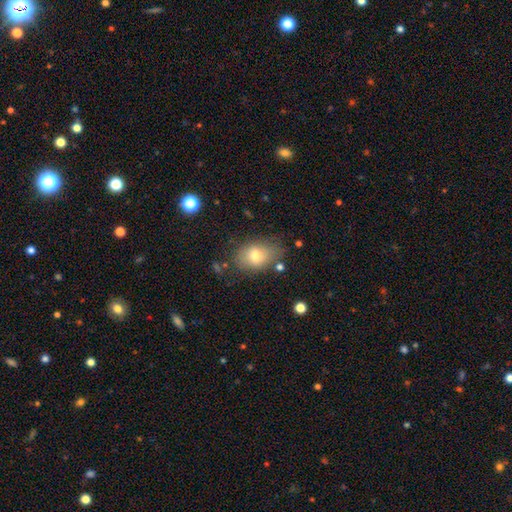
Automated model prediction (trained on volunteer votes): Smooth or featured: smooth — 75% (featured or disk — 16%)
How rounded: in between — 74% (round — 24%)
Merging: none — 68% (minor disturbance — 21%)